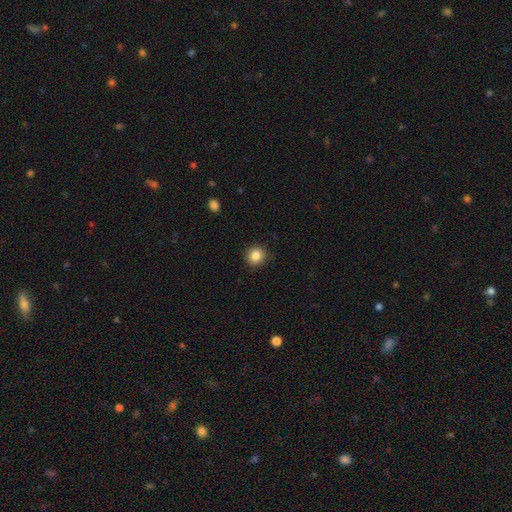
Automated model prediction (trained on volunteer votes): smooth_or_featured: smooth (p=0.85) [alt: star or artifact p=0.10]
how_rounded: round (p=0.91) [alt: in between p=0.08]
merging: none (p=0.91) [alt: minor disturbance p=0.06]